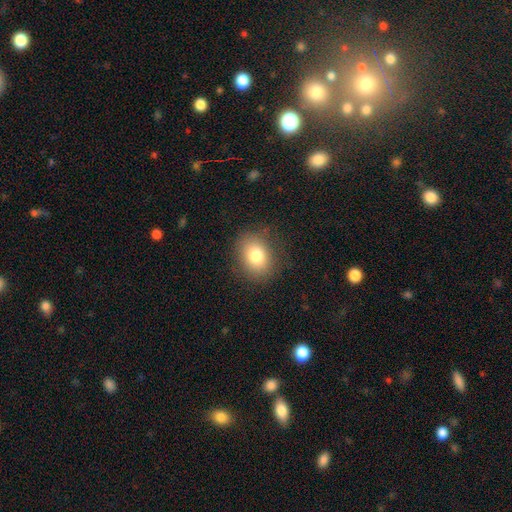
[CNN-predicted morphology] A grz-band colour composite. It shows a smooth galaxy with no disk features (79%) that is in between round and cigar-shaped (51%). Merging: none (84%).